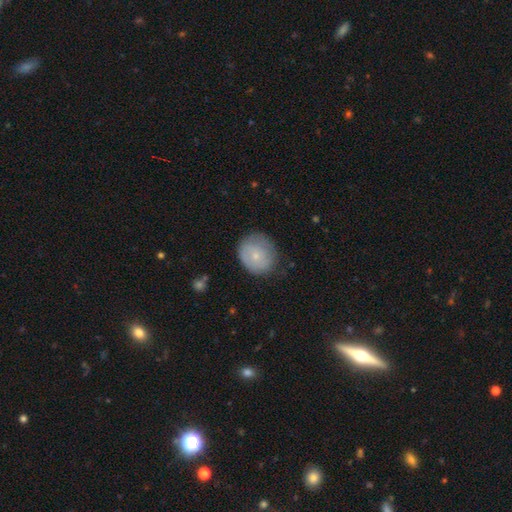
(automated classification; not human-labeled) Morphology: type=smooth (67%); roundness=round (79%); merging=none (70%).